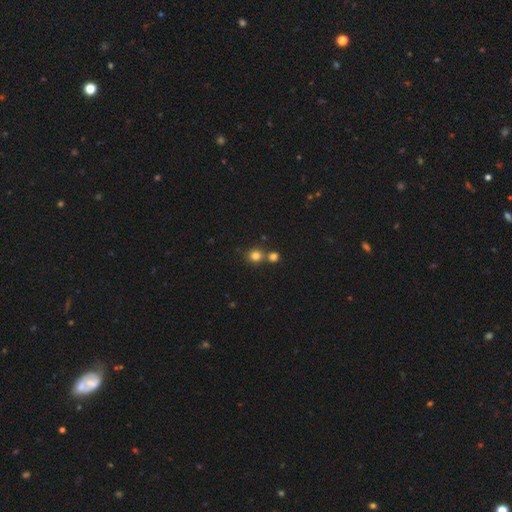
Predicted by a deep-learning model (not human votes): Smooth or featured?
  - smooth: 80% *
  - star or artifact: 14%
  - featured or disk: 6%
How rounded?
  - round: 90% *
  - in between: 9%
  - cigar-shaped: 1%
Merging?
  - none: 63% *
  - merger: 27%
  - minor disturbance: 7%
  - major disturbance: 3%